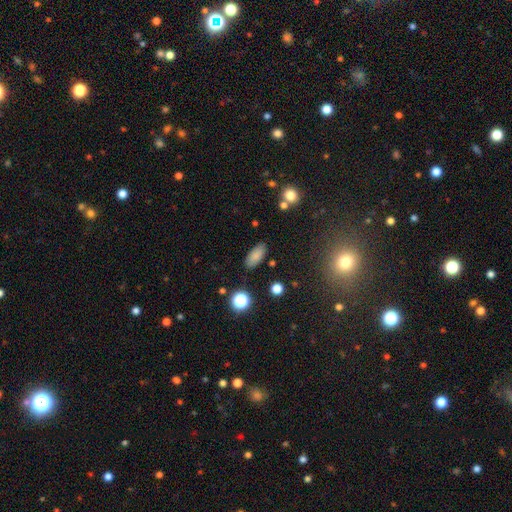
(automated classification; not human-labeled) This appears to be a smooth galaxy with no disk features (83%) that is in between round and cigar-shaped (87%). Merging: none (86%).